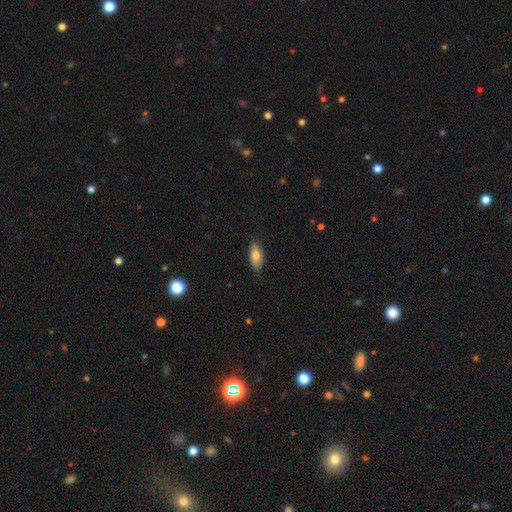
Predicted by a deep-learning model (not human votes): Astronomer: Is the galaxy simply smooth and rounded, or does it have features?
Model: smooth — 78%.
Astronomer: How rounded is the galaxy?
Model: in between — 88%.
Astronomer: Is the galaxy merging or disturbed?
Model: none — 82%.